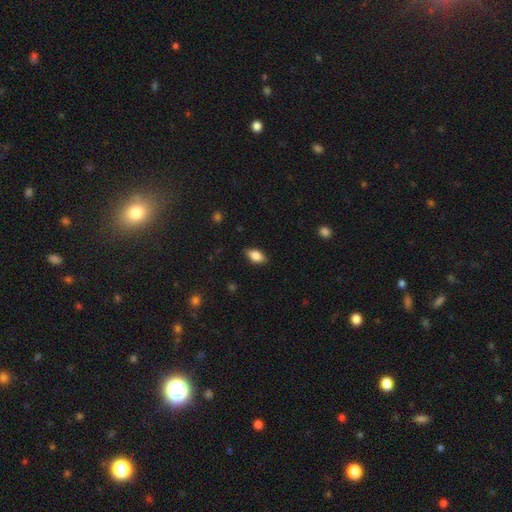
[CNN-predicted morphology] smooth-or-featured: smooth: 80% | featured or disk: 13% | star or artifact: 8%
  how-rounded: in between: 89% | round: 6% | cigar-shaped: 5%
  merging: none: 84% | minor disturbance: 13% | major disturbance: 2% | merger: 1%